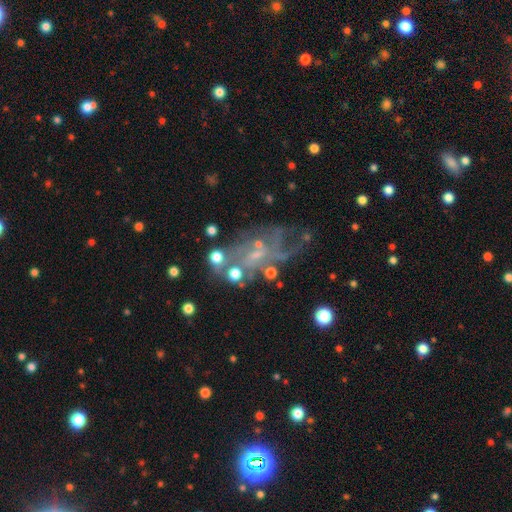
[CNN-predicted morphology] Smooth or featured? featured or disk (69%)
Edge-on disk? no (95%)
Bar? no (63%)
Spiral arms? yes (67%)
Bulge size? small (55%)
Merging? none (48%)